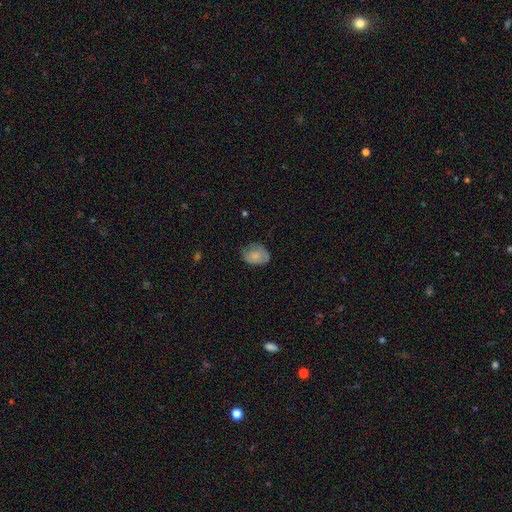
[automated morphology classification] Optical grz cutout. It shows a smooth galaxy with no disk features (75%) that is in between round and cigar-shaped (66%). Merging: none (65%).